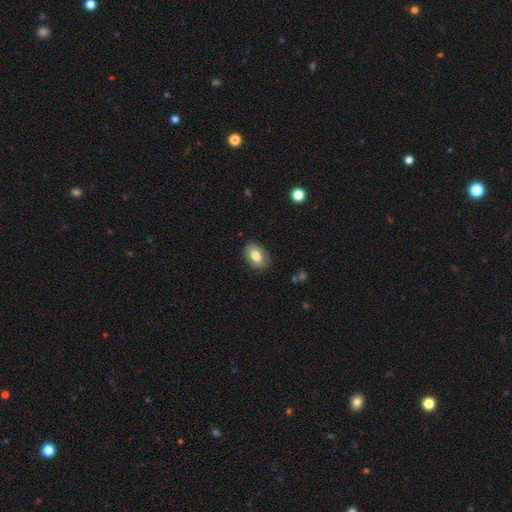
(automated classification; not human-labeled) The model was most divided on "smooth or featured": smooth: 73%, featured or disk: 20%, star or artifact: 7%. More confident: how rounded — in between (86%); merging — none (85%).